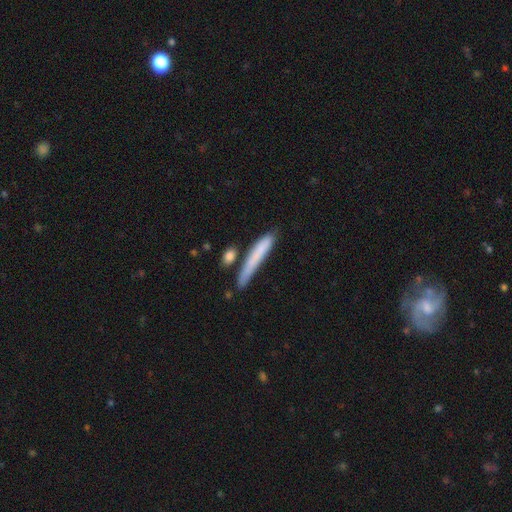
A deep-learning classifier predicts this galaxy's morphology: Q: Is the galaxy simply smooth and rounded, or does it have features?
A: smooth — 71%.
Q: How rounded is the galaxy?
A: cigar-shaped — 94%.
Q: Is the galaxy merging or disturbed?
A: none — 69%.